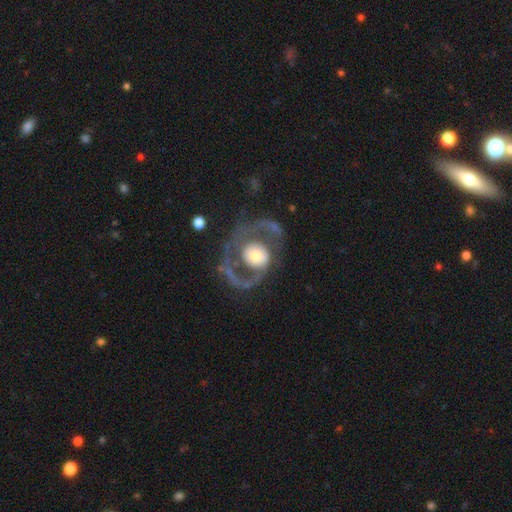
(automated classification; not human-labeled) Overall: featured or disk (75%). Edge-on disk: no (97%). Bar: no (73%). Spiral arms: yes (77%). Spiral arm count: 2 (78%). Spiral winding: medium (44%; loose 40%). Bulge size: moderate (51%; large 29%). Merging: none (51%; major disturbance 32%).